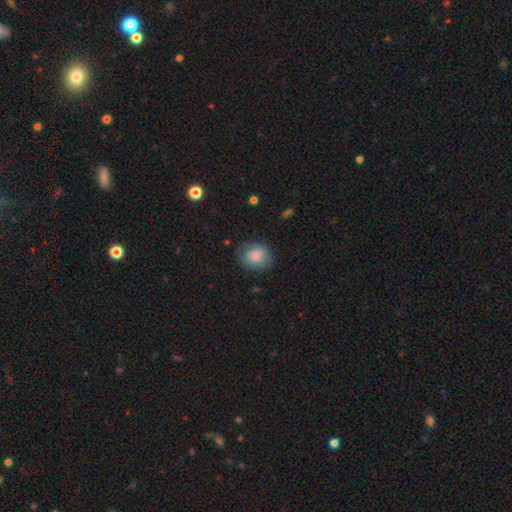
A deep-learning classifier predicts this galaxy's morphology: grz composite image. It shows a smooth galaxy with no disk features (75%) that is round (61%). Merging: none (65%).